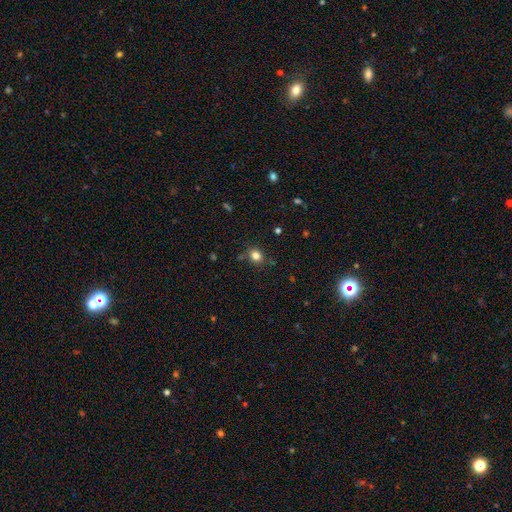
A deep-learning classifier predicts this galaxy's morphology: smooth 81%, star or artifact 13%, featured or disk 6%. Down the decision tree: how rounded — round (75%); merging — none (82%).